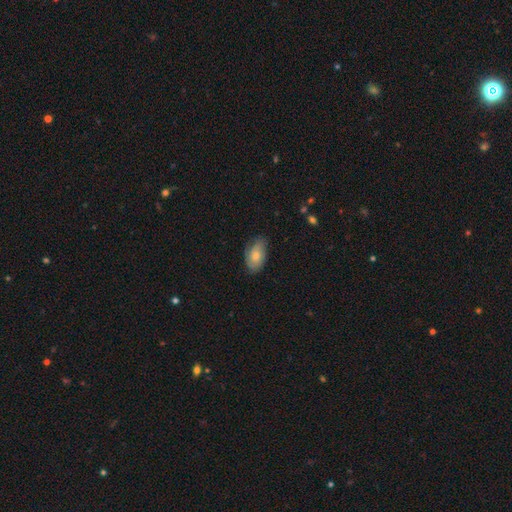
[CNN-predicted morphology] Q: Smooth or featured?
A: smooth (64%); runner-up: featured or disk (29%)
Q: How rounded?
A: in between (92%); runner-up: round (6%)
Q: Merging?
A: none (69%); runner-up: minor disturbance (25%)